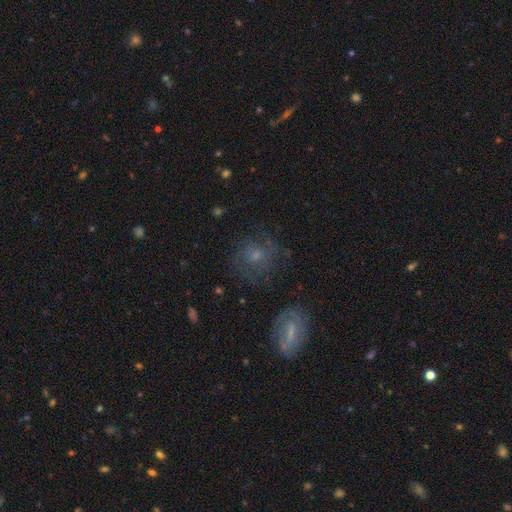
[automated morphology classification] Smooth or featured?
  - featured or disk: 42% *
  - smooth: 41%
  - star or artifact: 17%
Merging?
  - none: 68% *
  - minor disturbance: 17%
  - major disturbance: 12%
  - merger: 3%